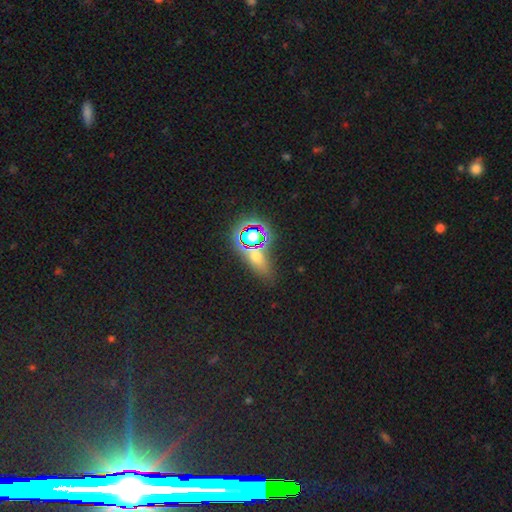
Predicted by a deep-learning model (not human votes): Smooth or featured? Predicted: star or artifact (p=0.62).